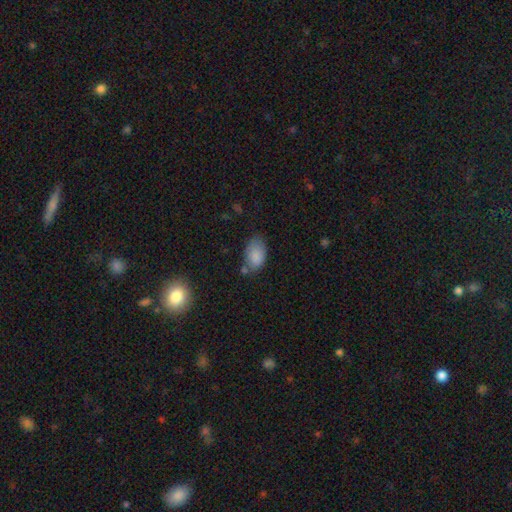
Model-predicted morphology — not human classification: Smooth or featured? smooth (85%)
How rounded? in between (92%)
Merging? none (59%)